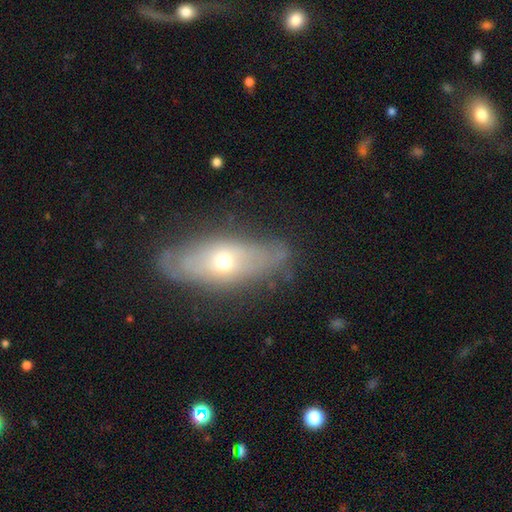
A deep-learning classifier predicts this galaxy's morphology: Smooth or featured?
  - featured or disk: 51% *
  - smooth: 41%
  - star or artifact: 9%
Edge-on disk?
  - no: 63% *
  - yes: 37%
Merging?
  - none: 66% *
  - minor disturbance: 23%
  - major disturbance: 9%
  - merger: 2%